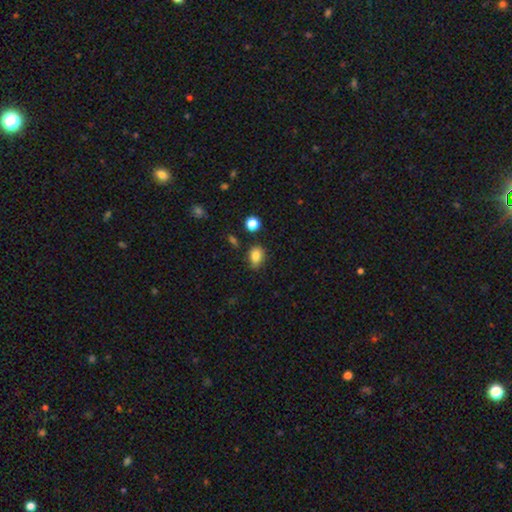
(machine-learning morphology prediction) Smooth or featured: smooth — 83% (star or artifact — 11%)
How rounded: in between — 67% (round — 31%)
Merging: none — 68% (minor disturbance — 23%)